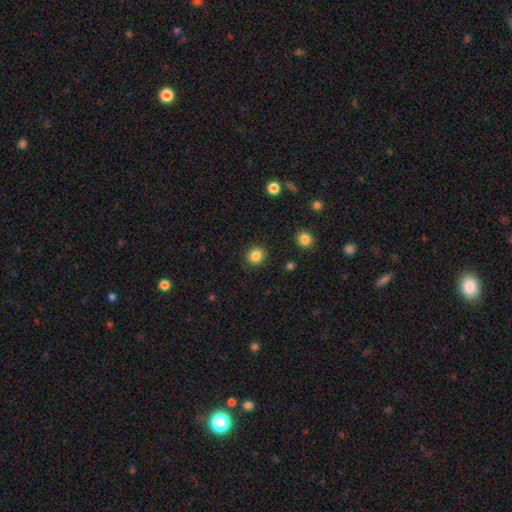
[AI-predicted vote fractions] This appears to be a smooth galaxy with no disk features (85%) that is round (82%). Merging: none (90%).